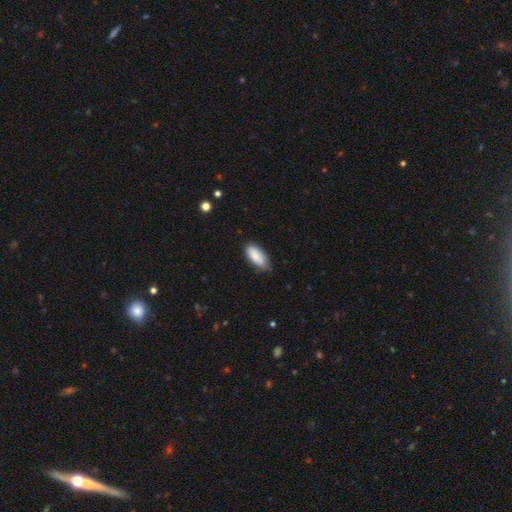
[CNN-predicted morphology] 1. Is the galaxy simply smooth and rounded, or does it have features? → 85% smooth, 9% featured or disk, 6% star or artifact.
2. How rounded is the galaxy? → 87% in between, 12% cigar-shaped, 2% round.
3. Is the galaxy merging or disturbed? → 67% none, 27% minor disturbance, 4% major disturbance, 1% merger.